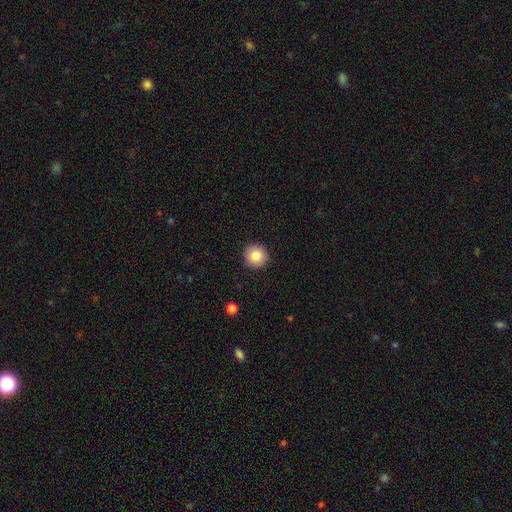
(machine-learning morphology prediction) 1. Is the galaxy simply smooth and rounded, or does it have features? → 84% smooth, 9% star or artifact, 7% featured or disk.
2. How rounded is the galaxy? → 95% round, 4% in between, 1% cigar-shaped.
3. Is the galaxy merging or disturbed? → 92% none, 5% minor disturbance, 2% major disturbance, 1% merger.